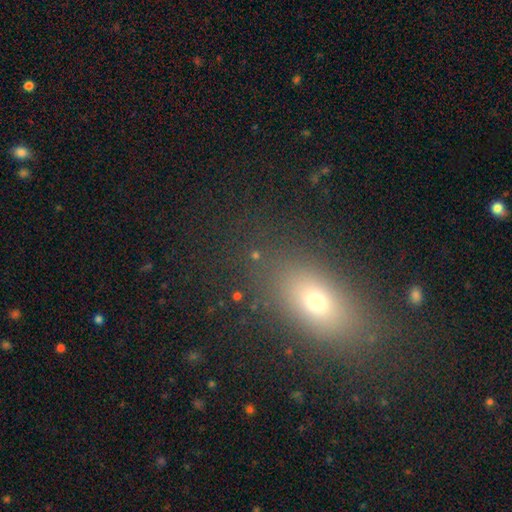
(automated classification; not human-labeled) This is likely a smooth galaxy (65%). How rounded: likely in between (71%). Merging: clearly none (81%).